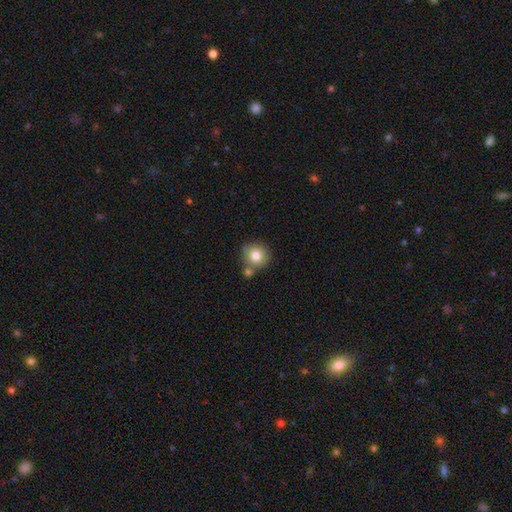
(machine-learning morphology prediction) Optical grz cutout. It shows a smooth galaxy with no disk features (80%) that is round (91%). Merging: none (65%).